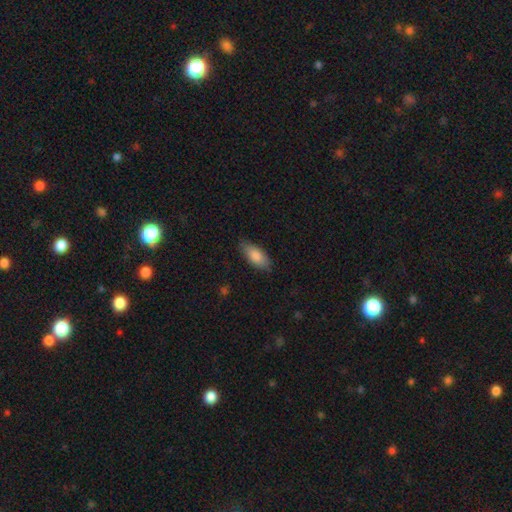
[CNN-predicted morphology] type=smooth (85%); roundness=in between (86%); merging=none (80%).